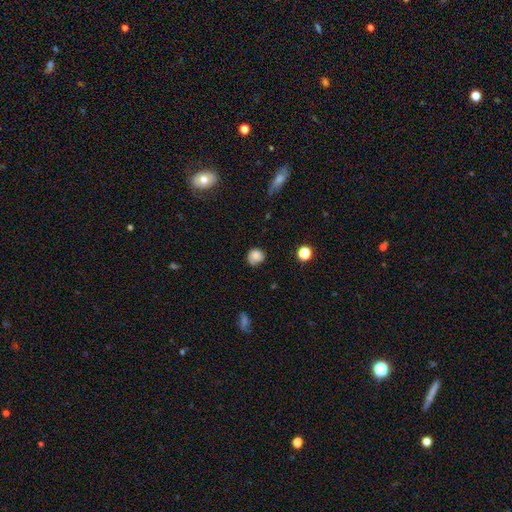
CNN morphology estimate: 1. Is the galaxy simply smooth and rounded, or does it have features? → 79% smooth, 11% featured or disk, 10% star or artifact.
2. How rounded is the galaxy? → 78% round, 21% in between, 1% cigar-shaped.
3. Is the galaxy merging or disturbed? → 64% none, 27% minor disturbance, 8% major disturbance, 2% merger.